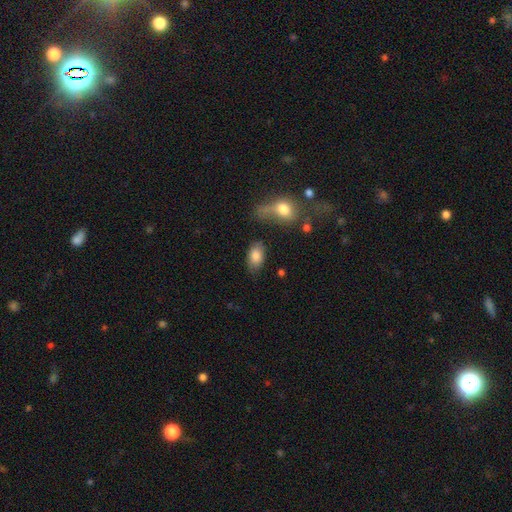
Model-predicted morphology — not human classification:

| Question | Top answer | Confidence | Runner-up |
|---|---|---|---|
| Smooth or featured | smooth | 83% | featured or disk (10%) |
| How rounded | in between | 91% | round (7%) |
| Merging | none | 74% | minor disturbance (16%) |